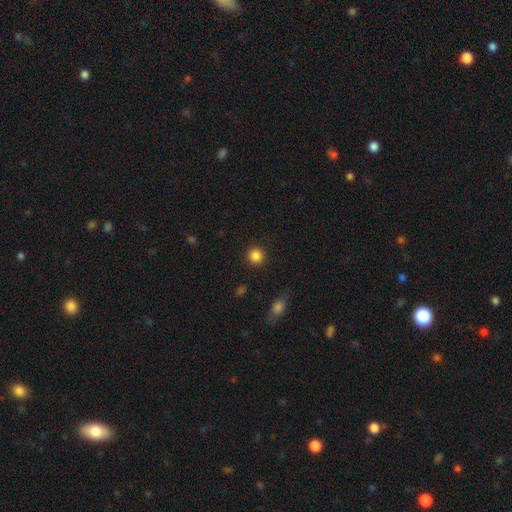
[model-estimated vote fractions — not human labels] The model was most divided on "smooth or featured": smooth: 86%, star or artifact: 10%, featured or disk: 3%. More confident: how rounded — round (93%); merging — none (91%).